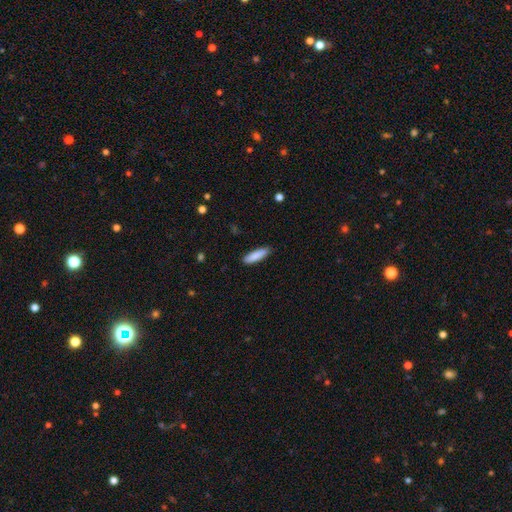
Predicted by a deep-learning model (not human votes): Smooth or featured: smooth — 86% (featured or disk — 8%)
How rounded: cigar-shaped — 65% (in between — 34%)
Merging: none — 86% (minor disturbance — 11%)